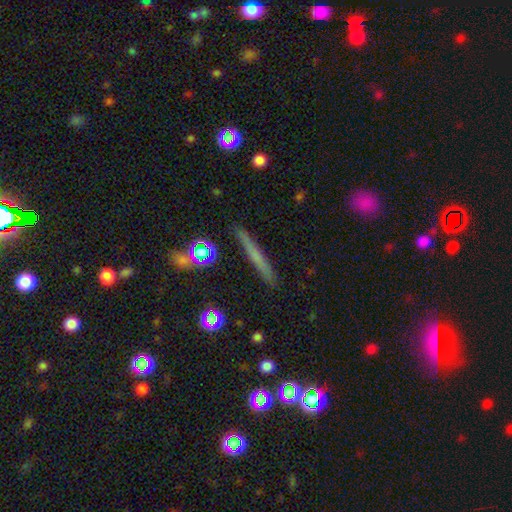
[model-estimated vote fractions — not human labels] A smooth galaxy with no disk features (51%) that is cigar-shaped (93%).

Vote fractions:
- Smooth or featured? smooth: 51% / featured or disk: 39% / star or artifact: 9%
- How rounded? cigar-shaped: 93% / round: 3% / in between: 3%
- Merging? none: 88% / minor disturbance: 8% / merger: 2% / major disturbance: 2%